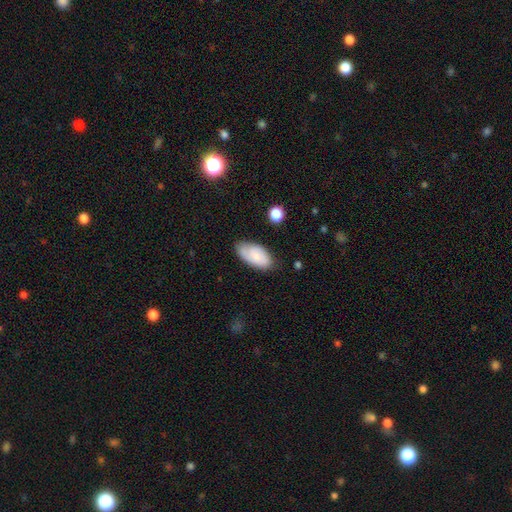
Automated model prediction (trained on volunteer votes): This appears to be a smooth galaxy with no disk features (72%) that is in between round and cigar-shaped (94%). Merging: none (69%).